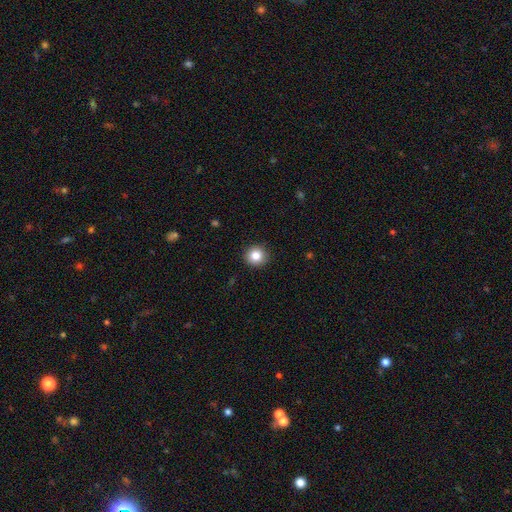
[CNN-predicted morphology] Smooth or featured: smooth — 83% (star or artifact — 10%)
How rounded: round — 92% (in between — 7%)
Merging: none — 92% (minor disturbance — 6%)